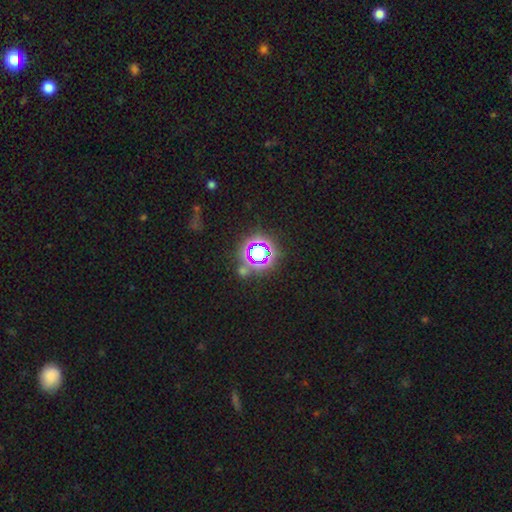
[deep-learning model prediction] A star or artifact, not a galaxy (75%).

Vote fractions:
- Smooth or featured? star or artifact: 75% / smooth: 17% / featured or disk: 8%